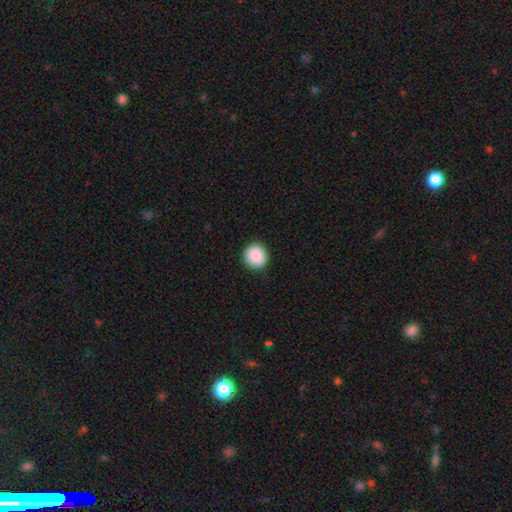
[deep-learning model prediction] Morphology: type=smooth (87%); roundness=round (93%); merging=none (91%).